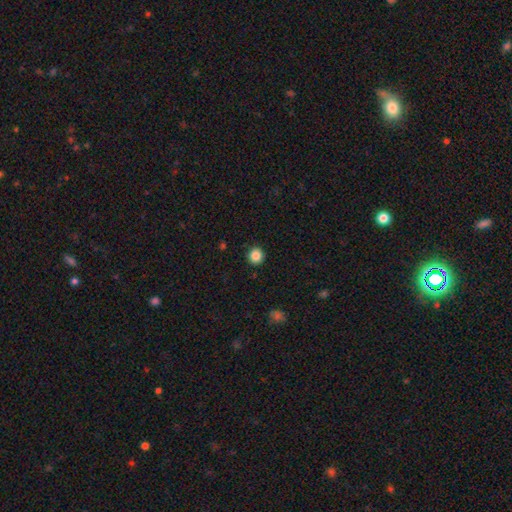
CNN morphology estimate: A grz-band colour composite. It shows a smooth galaxy with no disk features (86%) that is round (91%). Merging: none (92%).